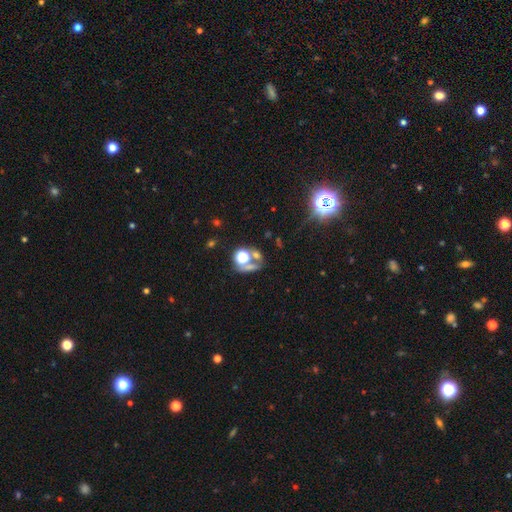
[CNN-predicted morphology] type=smooth (48%); merging=none (48%).